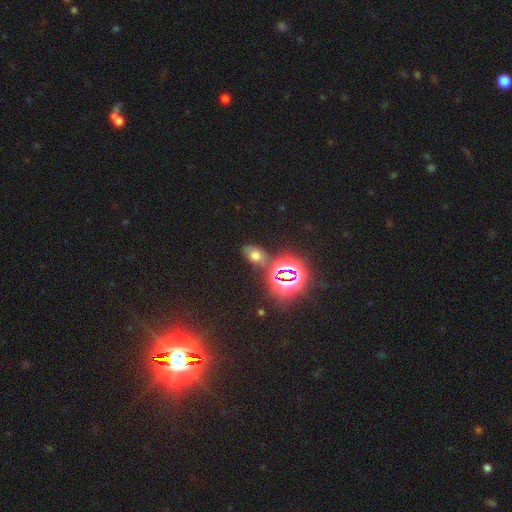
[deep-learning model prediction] Overall: smooth (49%; star or artifact 37%). Merging: none (67%).